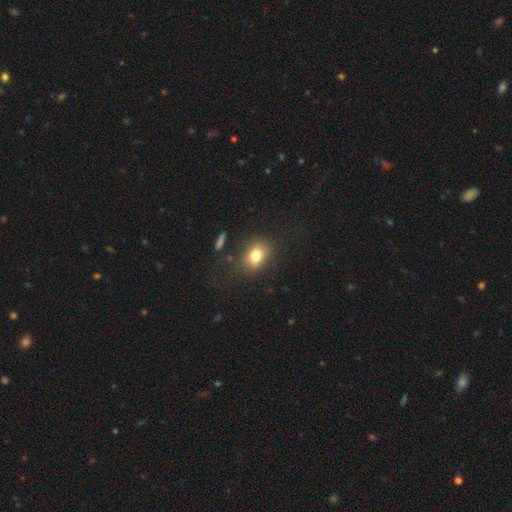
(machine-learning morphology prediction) Smooth or featured? smooth (79%)
How rounded? in between (63%)
Merging? none (77%)